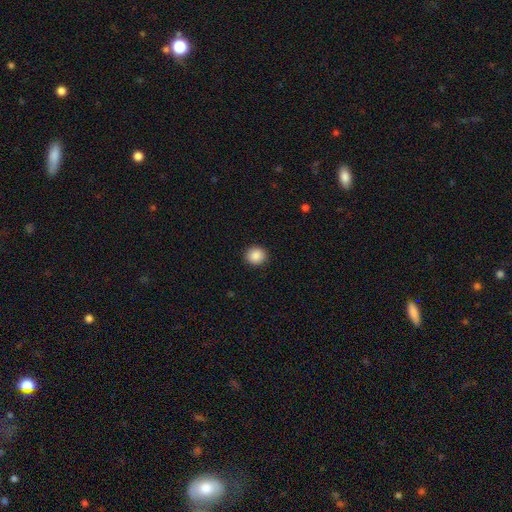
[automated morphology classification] A smooth galaxy with no disk features (89%) that is round (85%). Merging: none (91%).